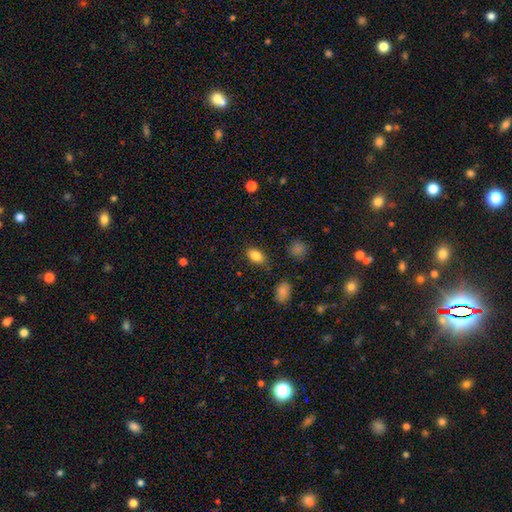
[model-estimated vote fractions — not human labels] The model was most divided on "merging": none: 84%, minor disturbance: 11%, major disturbance: 3%, merger: 2%. More confident: how rounded — in between (90%); smooth or featured — smooth (85%).